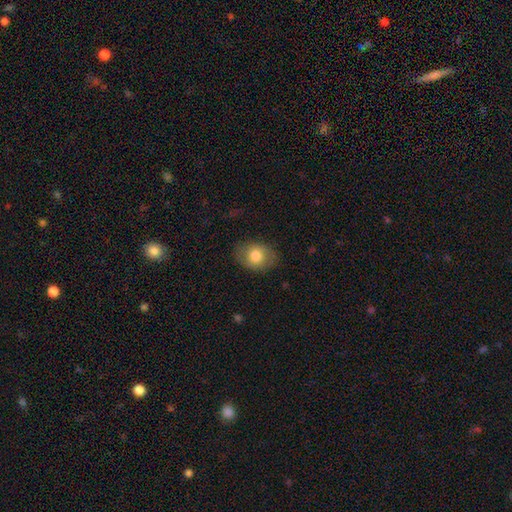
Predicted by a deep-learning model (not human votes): Q: Smooth or featured?
A: smooth (78%); runner-up: featured or disk (15%)
Q: How rounded?
A: in between (67%); runner-up: round (32%)
Q: Merging?
A: none (81%); runner-up: minor disturbance (14%)